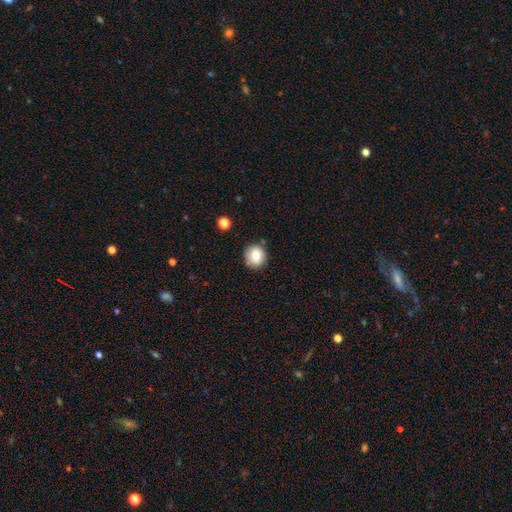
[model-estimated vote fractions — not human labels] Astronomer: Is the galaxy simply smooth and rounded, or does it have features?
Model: smooth — 82%.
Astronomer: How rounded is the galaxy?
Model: round — 83%.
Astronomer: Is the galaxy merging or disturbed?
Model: none — 81%.